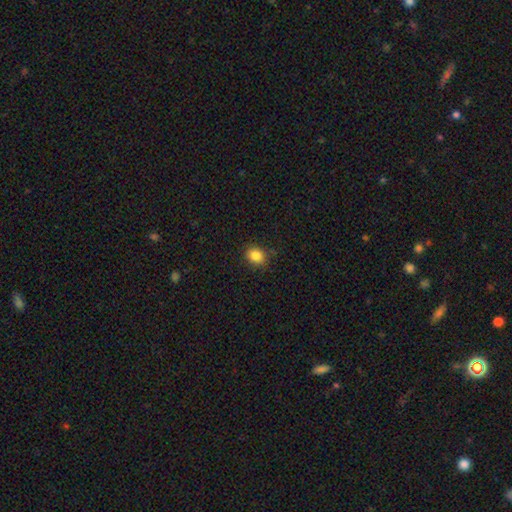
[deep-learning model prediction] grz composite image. It shows a smooth galaxy with no disk features (86%) that is round (60%). Merging: none (86%).